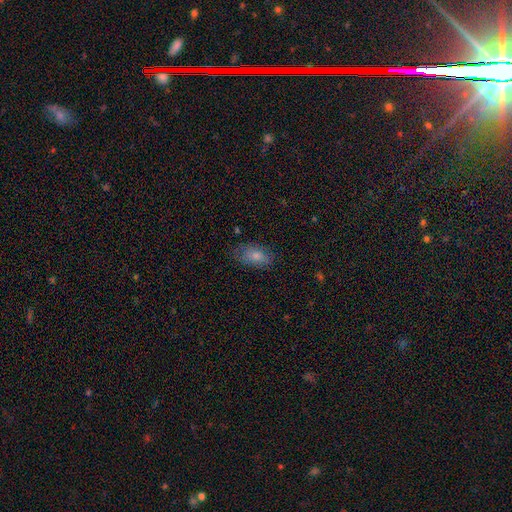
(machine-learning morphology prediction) A smooth galaxy with no disk features (79%) that is in between round and cigar-shaped (91%).

Vote fractions:
- Smooth or featured? smooth: 79% / featured or disk: 14% / star or artifact: 8%
- How rounded? in between: 91% / round: 6% / cigar-shaped: 4%
- Merging? none: 70% / minor disturbance: 22% / major disturbance: 7% / merger: 1%